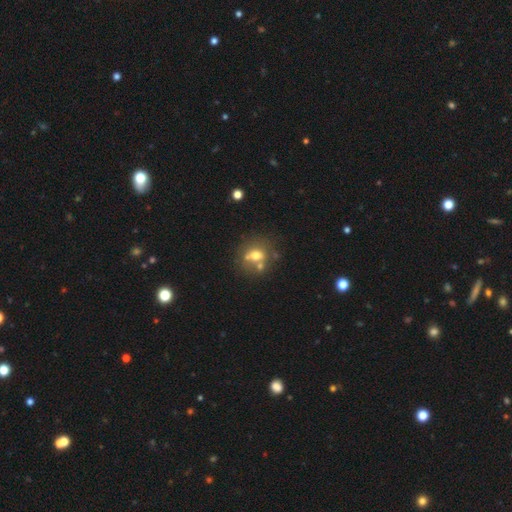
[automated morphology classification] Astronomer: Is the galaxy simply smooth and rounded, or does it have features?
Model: smooth — 63%.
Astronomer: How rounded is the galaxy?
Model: round — 69%.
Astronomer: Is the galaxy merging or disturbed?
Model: none — 50% (runner-up: merger, 31%).